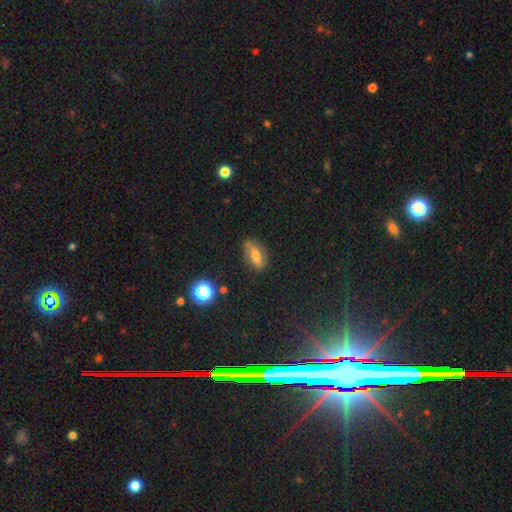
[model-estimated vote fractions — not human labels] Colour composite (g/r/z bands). It shows a smooth galaxy with no disk features (55%) that is in between round and cigar-shaped (76%). Merging: none (73%).